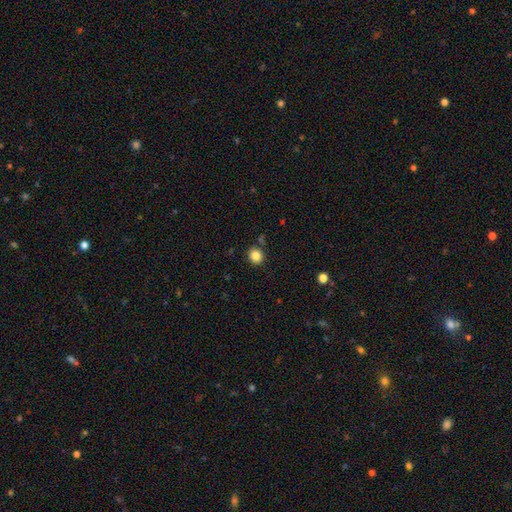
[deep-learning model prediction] Smooth or featured: smooth — 84% (star or artifact — 11%)
How rounded: round — 82% (in between — 17%)
Merging: none — 86% (minor disturbance — 8%)